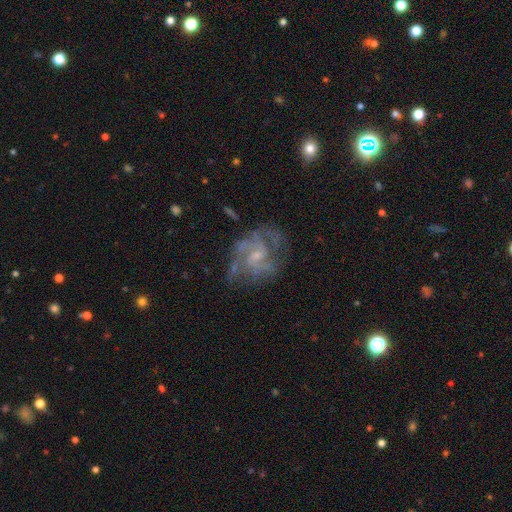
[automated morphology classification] Overall: featured or disk (83%). Edge-on disk: no (98%). Bar: no (46%, tied with weak). Spiral arms: yes (90%). Spiral arm count: 2 (36%; can't tell 24%). Spiral winding: medium (51%; tight 30%). Bulge size: small (62%; moderate 25%). Merging: none (58%; minor disturbance 21%).